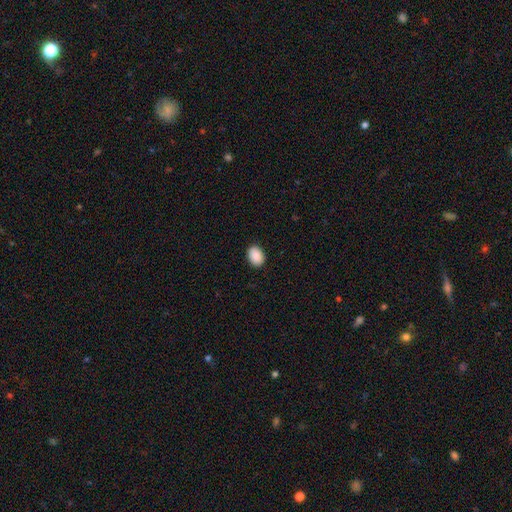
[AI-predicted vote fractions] Morphology: type=smooth (90%); roundness=in between (79%); merging=none (90%).